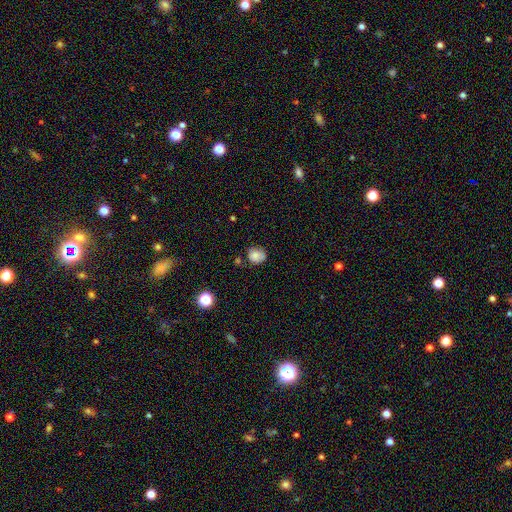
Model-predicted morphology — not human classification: smooth_or_featured: smooth (p=0.80) [alt: star or artifact p=0.11]
how_rounded: round (p=0.71) [alt: in between p=0.28]
merging: none (p=0.62) [alt: minor disturbance p=0.26]